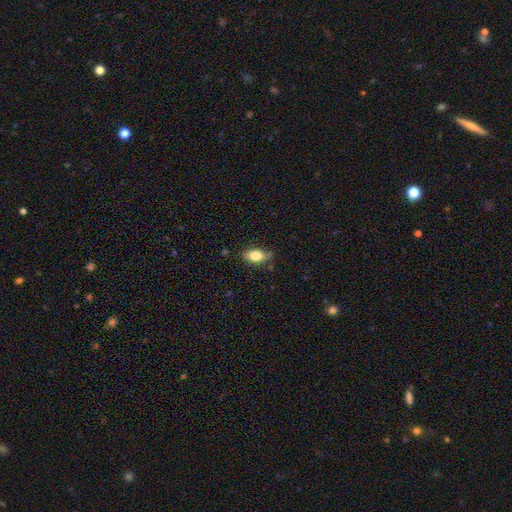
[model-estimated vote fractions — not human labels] The model was most divided on "merging": none: 73%, minor disturbance: 21%, major disturbance: 4%, merger: 2%. More confident: how rounded — in between (87%); smooth or featured — smooth (80%).